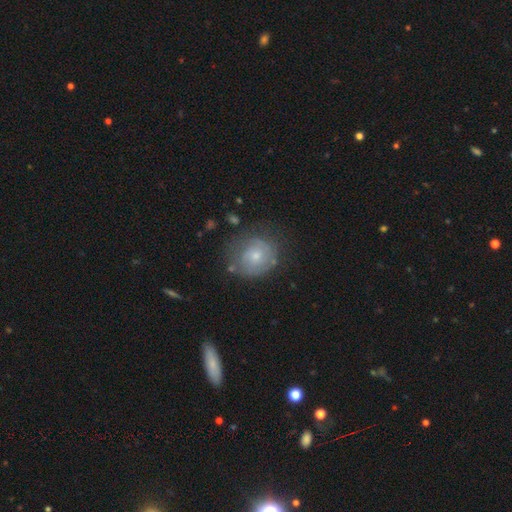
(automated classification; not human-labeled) Morphology: type=featured or disk (47%); merging=none (62%).